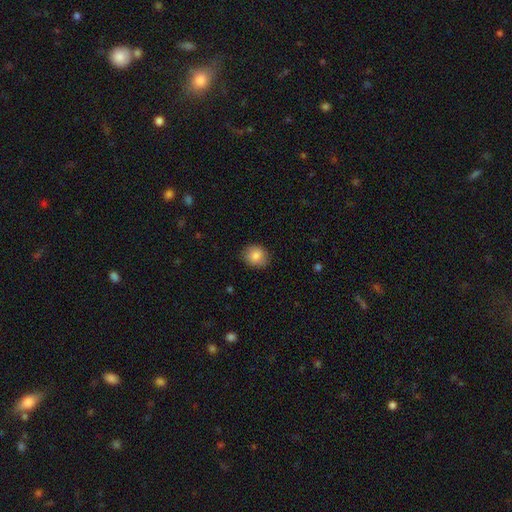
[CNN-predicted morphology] Smooth or featured? Predicted: smooth (p=0.85). How rounded? Predicted: round (p=0.66). Merging? Predicted: none (p=0.83).